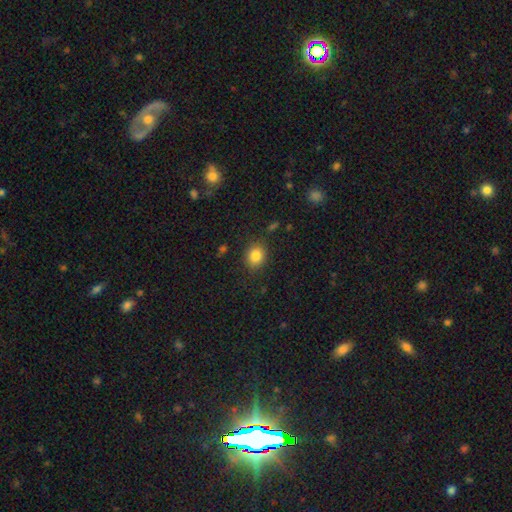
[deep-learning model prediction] smooth_or_featured: smooth (p=0.84) [alt: star or artifact p=0.10]
how_rounded: round (p=0.63) [alt: in between p=0.36]
merging: none (p=0.85) [alt: minor disturbance p=0.10]